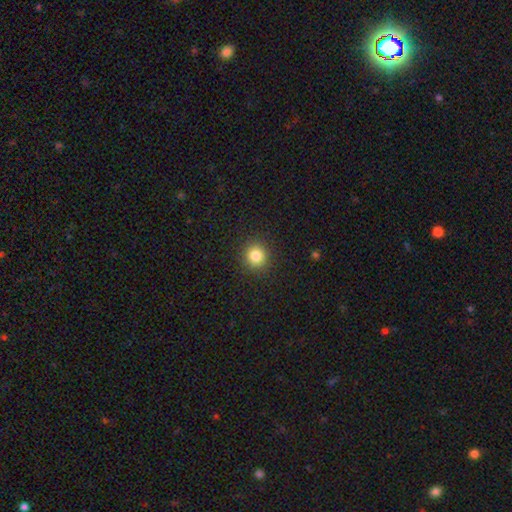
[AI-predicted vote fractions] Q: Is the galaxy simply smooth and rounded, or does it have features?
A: smooth — 83%.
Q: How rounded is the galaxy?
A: round — 92%.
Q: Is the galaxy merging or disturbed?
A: none — 91%.